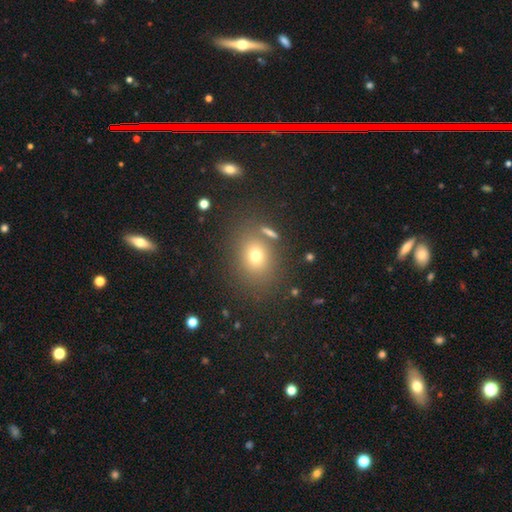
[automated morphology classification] Smooth or featured? smooth (70%)
How rounded? in between (50%)
Merging? none (76%)